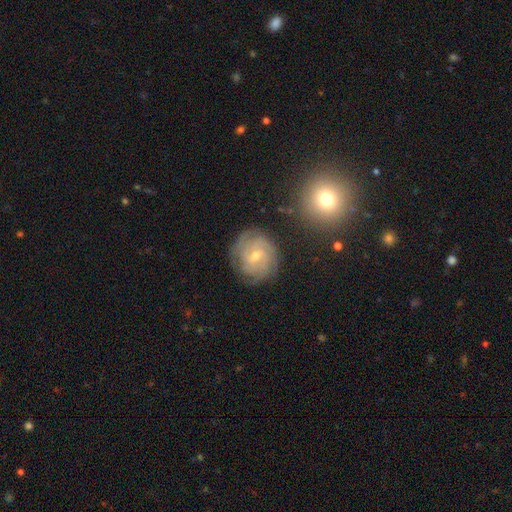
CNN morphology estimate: Smooth or featured? featured or disk (79%)
Edge-on disk? no (97%)
Bar? weak (46%)
Spiral arms? yes (95%)
Spiral winding? tight (72%)
Spiral arm count? can't tell (32%)
Bulge size? small (58%)
Merging? none (80%)